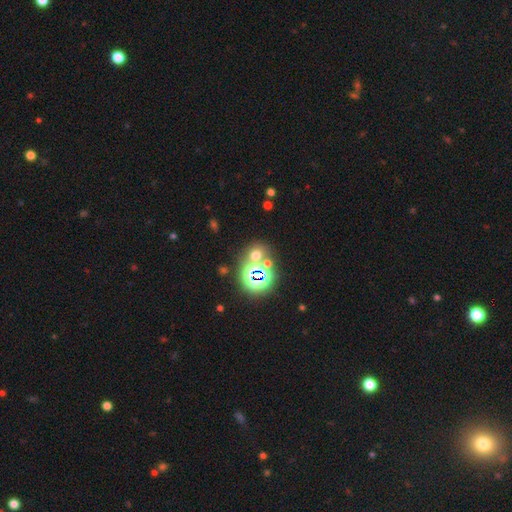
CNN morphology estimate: A smooth galaxy with no disk features (48%). Merging: none (61%).